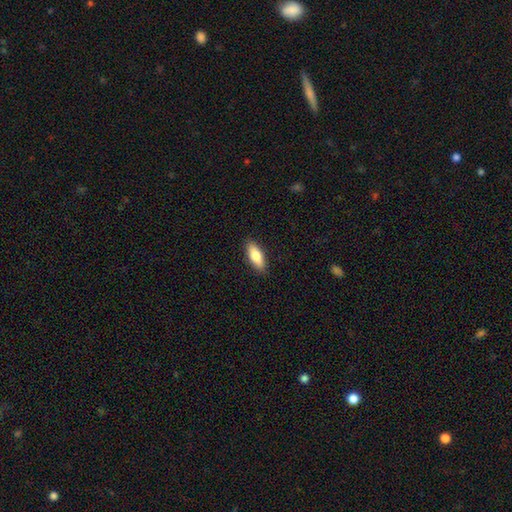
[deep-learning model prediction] A smooth galaxy with no disk features (76%) that is in between round and cigar-shaped (70%). Merging: none (89%).